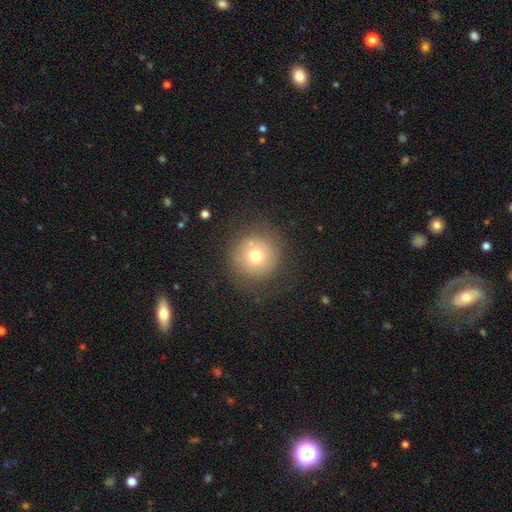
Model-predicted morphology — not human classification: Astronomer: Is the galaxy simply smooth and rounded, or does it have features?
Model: smooth — 68%.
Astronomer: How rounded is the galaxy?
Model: round — 94%.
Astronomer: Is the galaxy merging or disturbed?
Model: none — 77%.